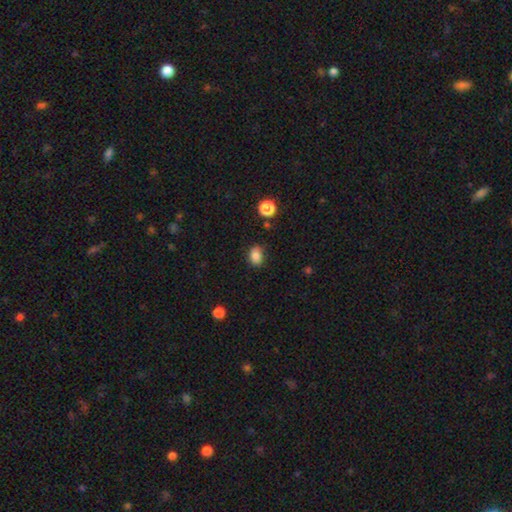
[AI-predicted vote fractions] smooth 85%, star or artifact 11%, featured or disk 5%. Down the decision tree: how rounded — in between (68%); merging — none (80%).